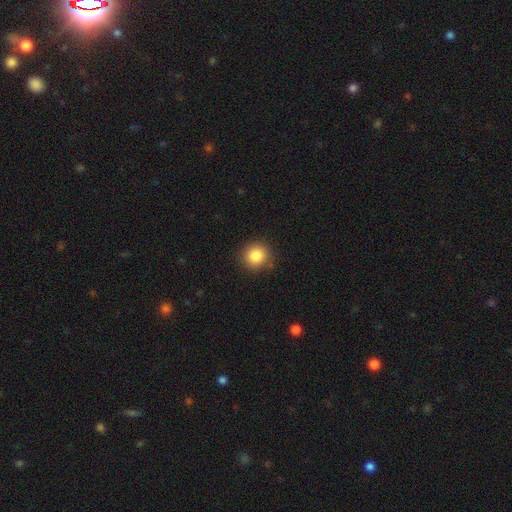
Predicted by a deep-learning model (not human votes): A smooth galaxy with no disk features (85%) that is round (90%).

Vote fractions:
- Smooth or featured? smooth: 85% / star or artifact: 10% / featured or disk: 5%
- How rounded? round: 90% / in between: 10% / cigar-shaped: 1%
- Merging? none: 88% / minor disturbance: 9% / major disturbance: 2% / merger: 1%